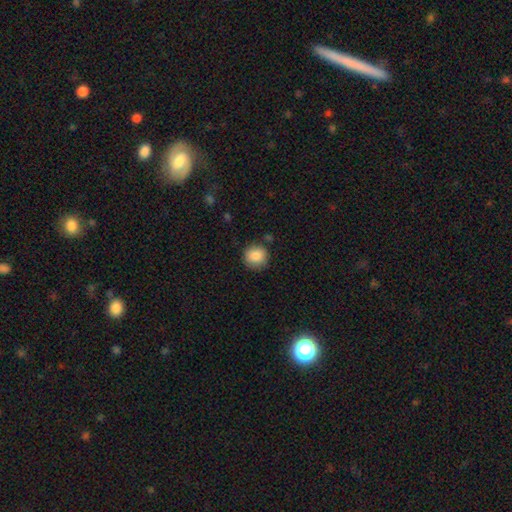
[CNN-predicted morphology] smooth_or_featured: smooth (p=0.88) [alt: star or artifact p=0.08]
how_rounded: round (p=0.92) [alt: in between p=0.07]
merging: none (p=0.85) [alt: minor disturbance p=0.11]